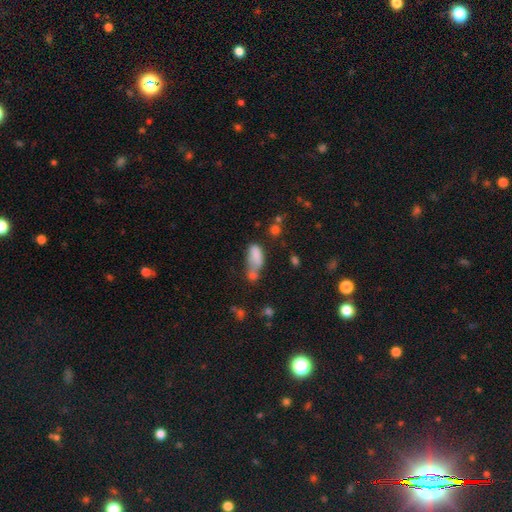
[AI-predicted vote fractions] This is likely a smooth galaxy (71%). How rounded: likely in between (79%). Merging: marginally merger (43%).